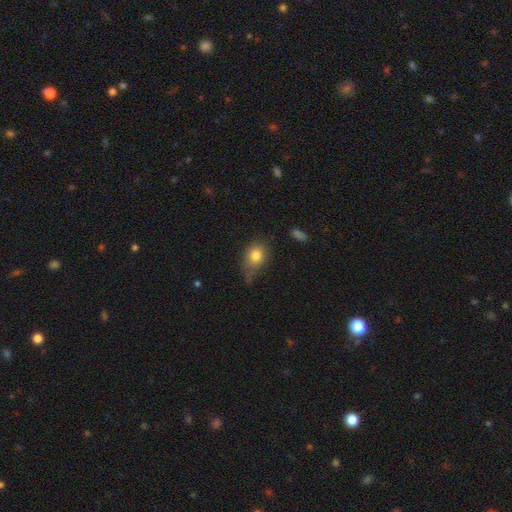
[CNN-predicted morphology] The model was most divided on "merging": none: 49%, minor disturbance: 34%, major disturbance: 12%, merger: 4%. More confident: smooth or featured — smooth (80%); how rounded — in between (64%).